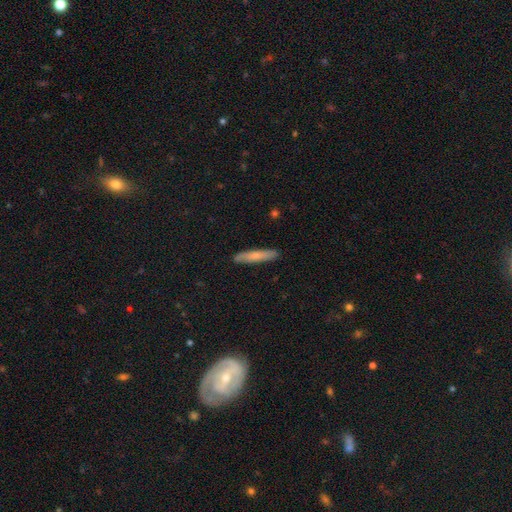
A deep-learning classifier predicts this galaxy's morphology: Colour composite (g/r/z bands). It shows a smooth galaxy with no disk features (71%) that is cigar-shaped (90%). Merging: none (88%).